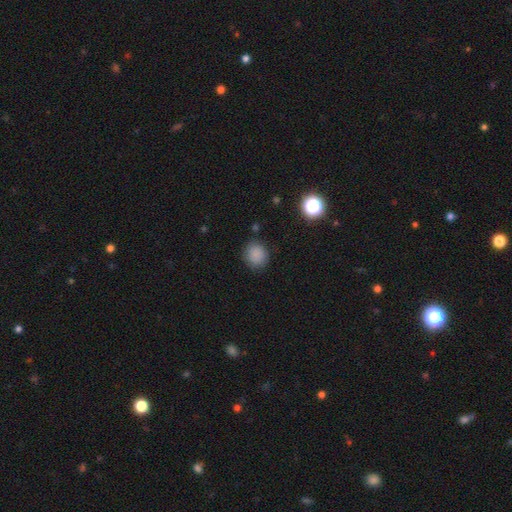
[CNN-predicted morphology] smooth 85%, star or artifact 11%, featured or disk 4%. Down the decision tree: how rounded — round (82%); merging — none (85%).